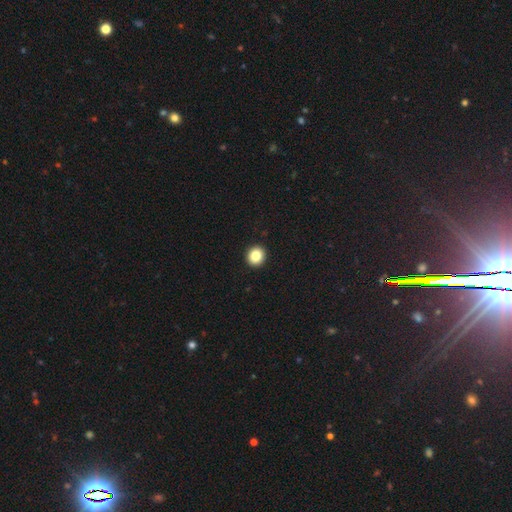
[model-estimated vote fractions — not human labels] smooth 84%, star or artifact 10%, featured or disk 6%. Down the decision tree: how rounded — round (88%); merging — none (94%).